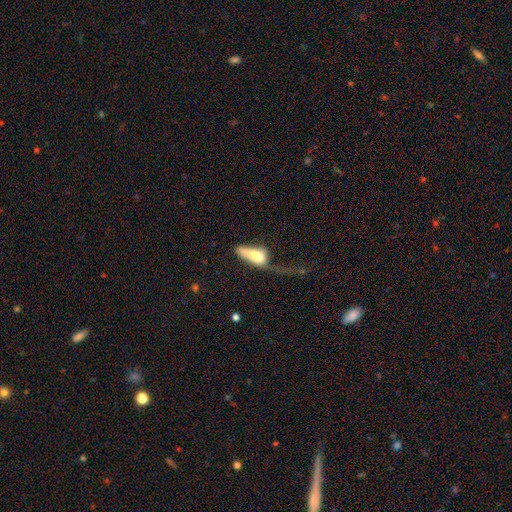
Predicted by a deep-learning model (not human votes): Smooth or featured: smooth — 65% (featured or disk — 28%)
How rounded: in between — 67% (cigar-shaped — 29%)
Merging: major disturbance — 54% (minor disturbance — 18%)